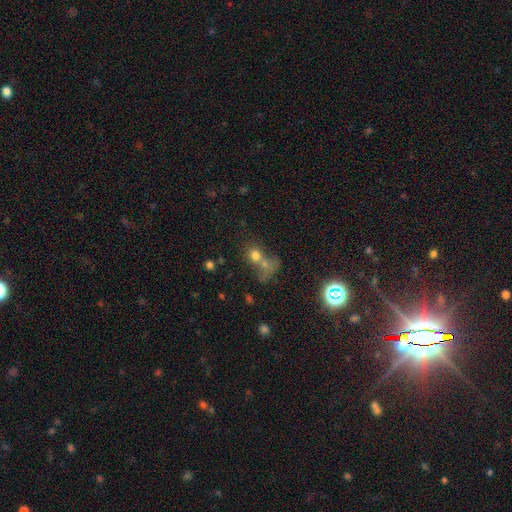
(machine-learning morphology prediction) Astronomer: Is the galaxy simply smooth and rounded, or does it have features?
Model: smooth — 53% (runner-up: star or artifact, 32%).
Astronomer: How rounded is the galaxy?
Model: round — 75%.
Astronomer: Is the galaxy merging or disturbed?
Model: merger — 46% (runner-up: none, 38%).